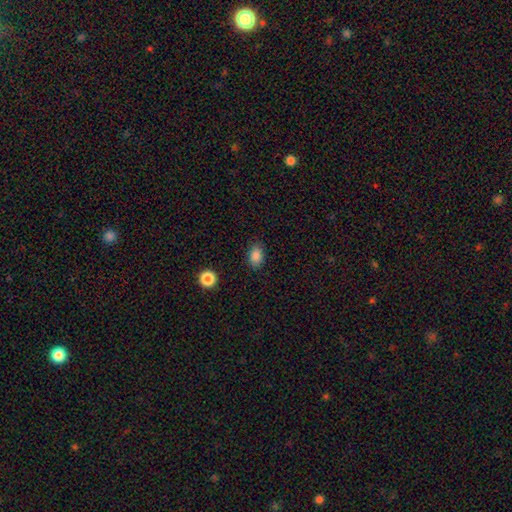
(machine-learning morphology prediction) Smooth or featured? Predicted: smooth (p=0.86). How rounded? Predicted: in between (p=0.83). Merging? Predicted: none (p=0.84).